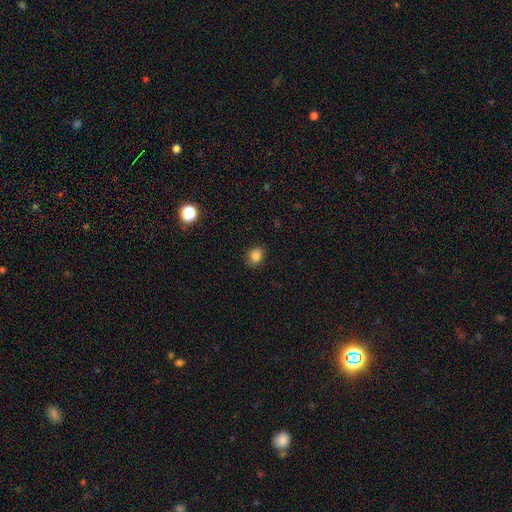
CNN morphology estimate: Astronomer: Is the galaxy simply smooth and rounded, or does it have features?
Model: smooth — 84%.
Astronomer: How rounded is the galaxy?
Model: round — 64%.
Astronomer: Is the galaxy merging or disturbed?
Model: none — 84%.